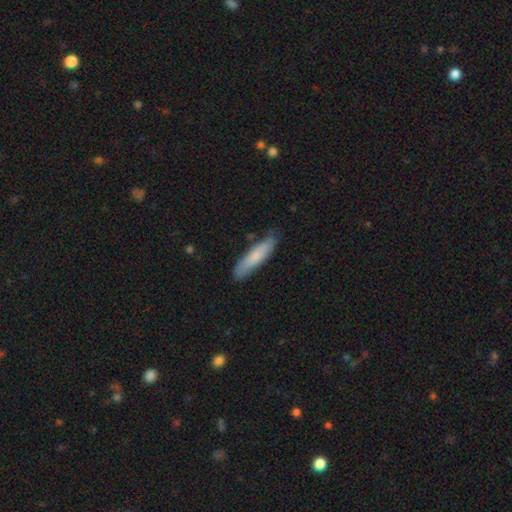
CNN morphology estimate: Smooth or featured? Predicted: smooth (p=0.76). How rounded? Predicted: cigar-shaped (p=0.79). Merging? Predicted: none (p=0.80).